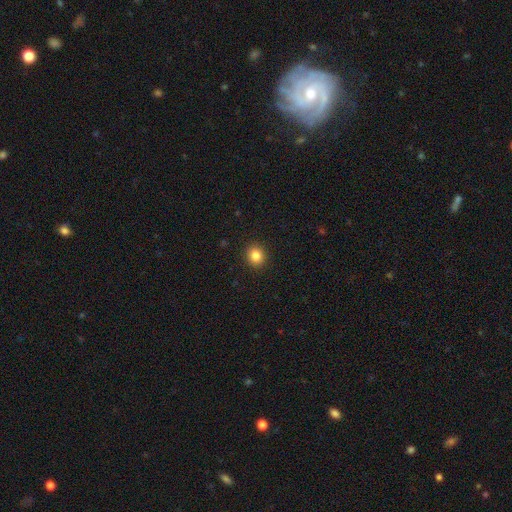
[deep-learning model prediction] Smooth or featured?
  - smooth: 85% *
  - star or artifact: 11%
  - featured or disk: 5%
How rounded?
  - round: 83% *
  - in between: 16%
  - cigar-shaped: 1%
Merging?
  - none: 92% *
  - minor disturbance: 5%
  - major disturbance: 2%
  - merger: 1%